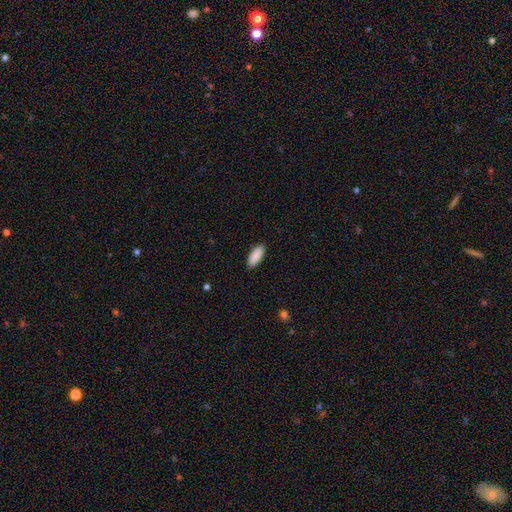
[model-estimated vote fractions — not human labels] smooth 91%, star or artifact 6%, featured or disk 3%. Down the decision tree: how rounded — in between (83%); merging — none (89%).